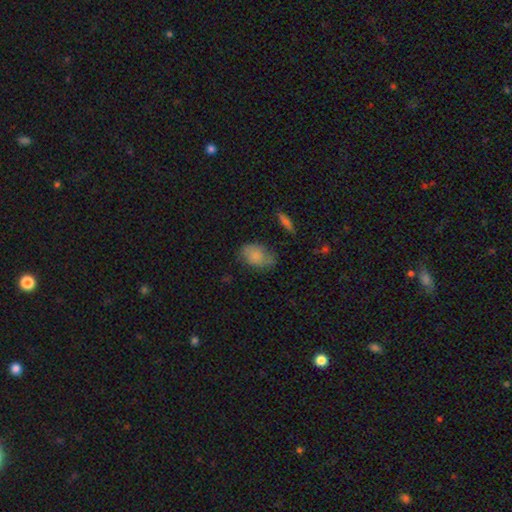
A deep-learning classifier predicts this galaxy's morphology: A smooth galaxy with no disk features (77%) that is in between round and cigar-shaped (82%).

Vote fractions:
- Smooth or featured? smooth: 77% / featured or disk: 13% / star or artifact: 9%
- How rounded? in between: 82% / round: 16% / cigar-shaped: 2%
- Merging? none: 56% / minor disturbance: 30% / major disturbance: 10% / merger: 4%